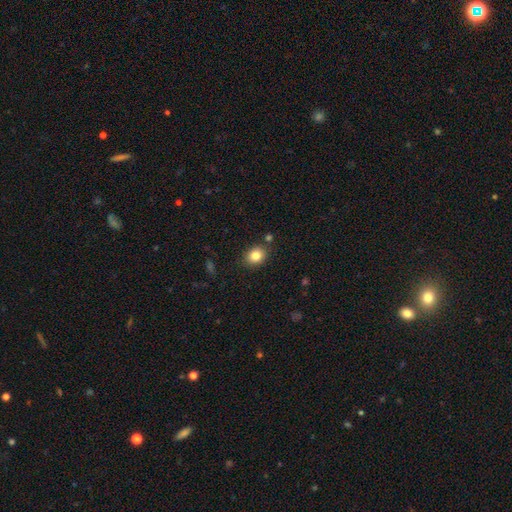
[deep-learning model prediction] The model was most divided on "how rounded": round: 56%, in between: 43%, cigar-shaped: 1%. More confident: merging — none (85%); smooth or featured — smooth (83%).